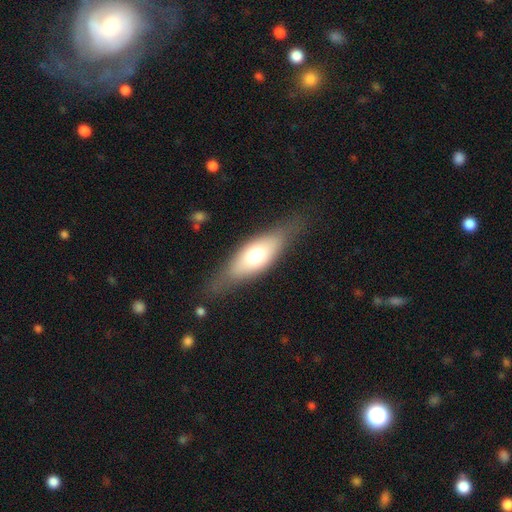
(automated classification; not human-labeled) smooth_or_featured: smooth (p=0.57) [alt: featured or disk p=0.35]
how_rounded: in between (p=0.68) [alt: cigar-shaped p=0.28]
merging: none (p=0.74) [alt: minor disturbance p=0.17]